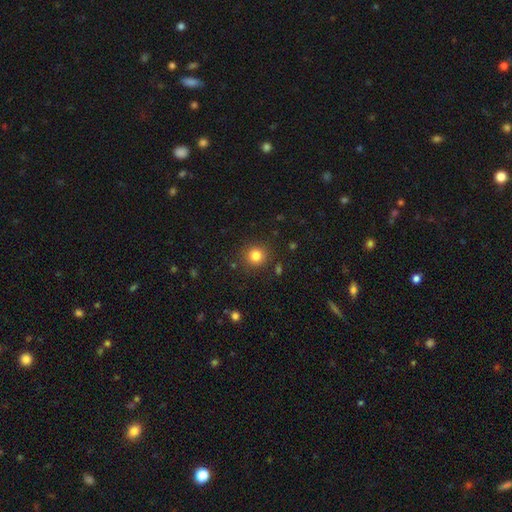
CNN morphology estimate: smooth-or-featured: smooth: 82% | star or artifact: 12% | featured or disk: 6%
  how-rounded: round: 92% | in between: 7% | cigar-shaped: 1%
  merging: none: 88% | minor disturbance: 7% | major disturbance: 3% | merger: 2%